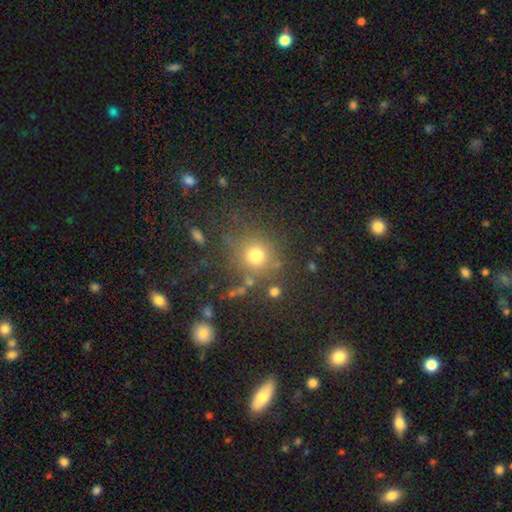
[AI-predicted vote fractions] smooth_or_featured: smooth (p=0.73) [alt: star or artifact p=0.17]
how_rounded: round (p=0.89) [alt: in between p=0.10]
merging: none (p=0.75) [alt: minor disturbance p=0.12]